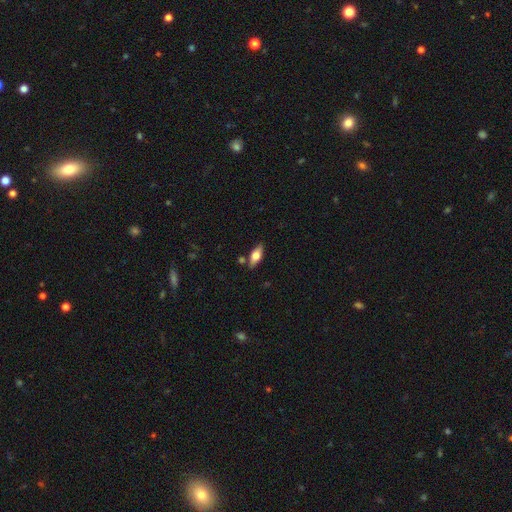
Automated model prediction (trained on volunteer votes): Overall: smooth (58%; featured or disk 36%). How rounded: in between (75%). Merging: none (81%).